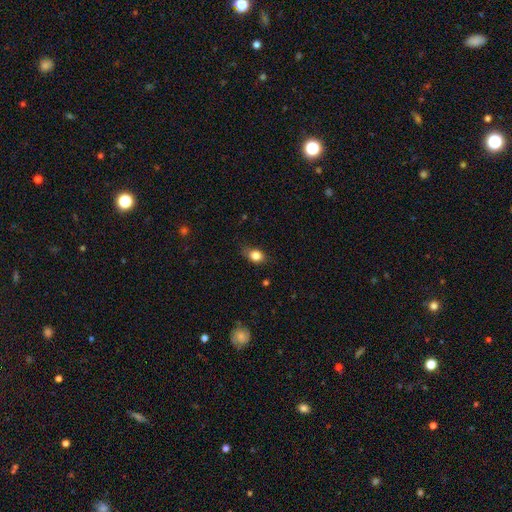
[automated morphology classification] Smooth or featured? Predicted: smooth (p=0.82). How rounded? Predicted: in between (p=0.58). Merging? Predicted: none (p=0.70).